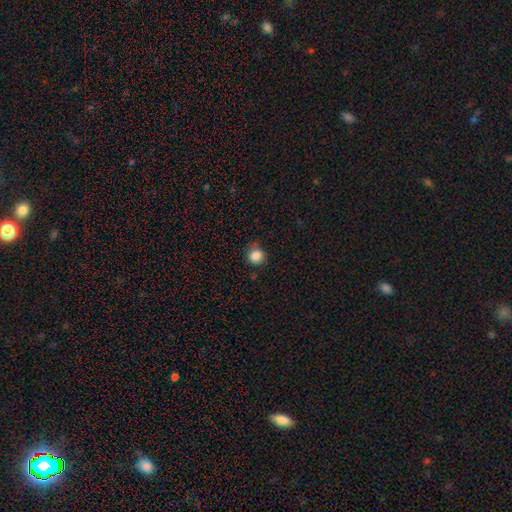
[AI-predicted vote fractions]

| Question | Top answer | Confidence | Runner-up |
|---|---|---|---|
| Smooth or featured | smooth | 86% | star or artifact (10%) |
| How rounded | round | 87% | in between (12%) |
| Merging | none | 75% | minor disturbance (19%) |